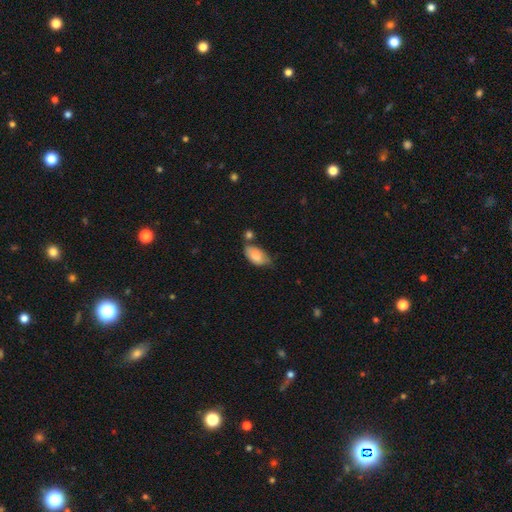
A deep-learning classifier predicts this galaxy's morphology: smooth-or-featured: smooth: 82% | featured or disk: 11% | star or artifact: 7%
  how-rounded: in between: 93% | round: 4% | cigar-shaped: 3%
  merging: none: 47% | minor disturbance: 33% | merger: 13% | major disturbance: 8%